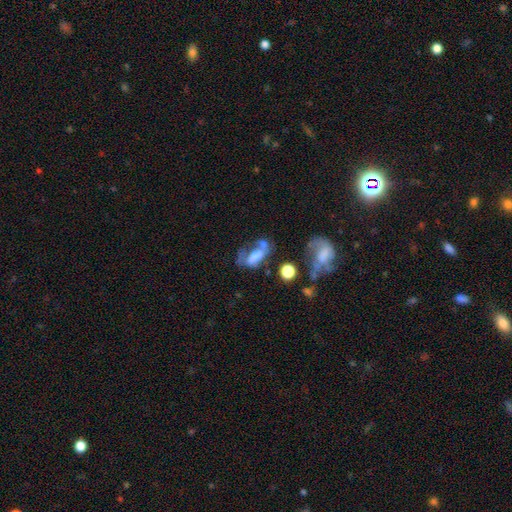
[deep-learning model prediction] This appears to be a smooth galaxy with no disk features (45%). Merging: none (30%).